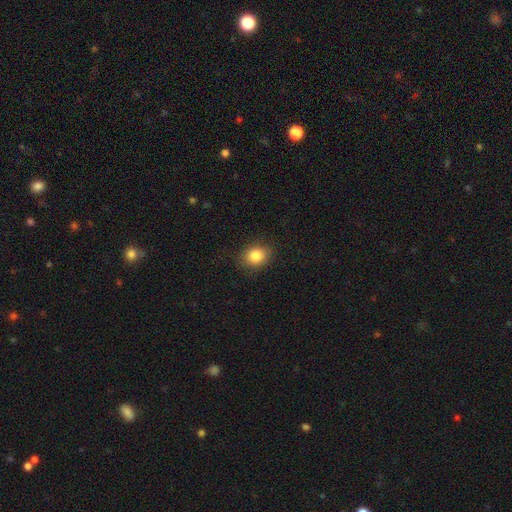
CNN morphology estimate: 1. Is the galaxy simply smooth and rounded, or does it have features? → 84% smooth, 10% star or artifact, 6% featured or disk.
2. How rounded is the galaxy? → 52% round, 47% in between, 1% cigar-shaped.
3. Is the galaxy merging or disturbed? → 86% none, 10% minor disturbance, 3% major disturbance, 1% merger.